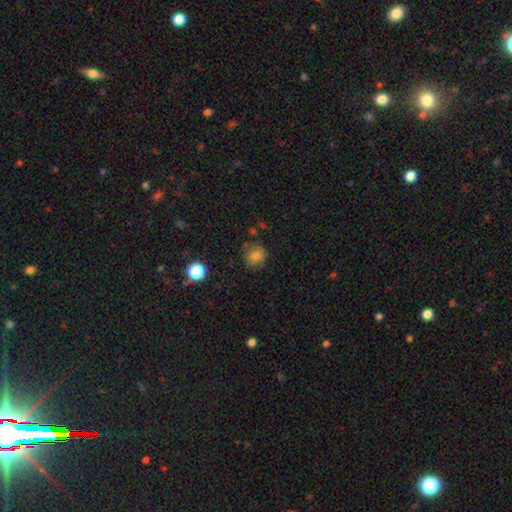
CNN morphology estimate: type=smooth (79%); roundness=round (79%); merging=none (77%).